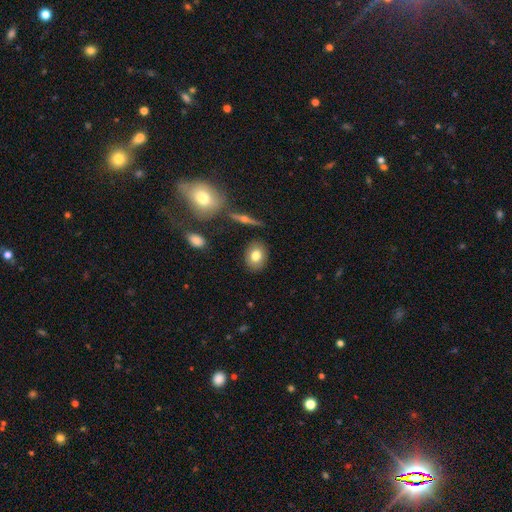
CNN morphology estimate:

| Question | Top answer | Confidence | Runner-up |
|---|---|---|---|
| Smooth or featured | smooth | 75% | featured or disk (16%) |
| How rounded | in between | 64% | round (35%) |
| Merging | none | 86% | minor disturbance (9%) |